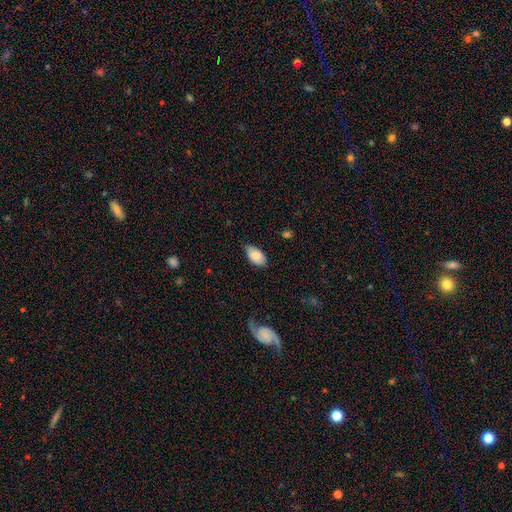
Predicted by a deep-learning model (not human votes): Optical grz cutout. It shows a smooth galaxy with no disk features (83%) that is in between round and cigar-shaped (94%). Merging: none (70%).